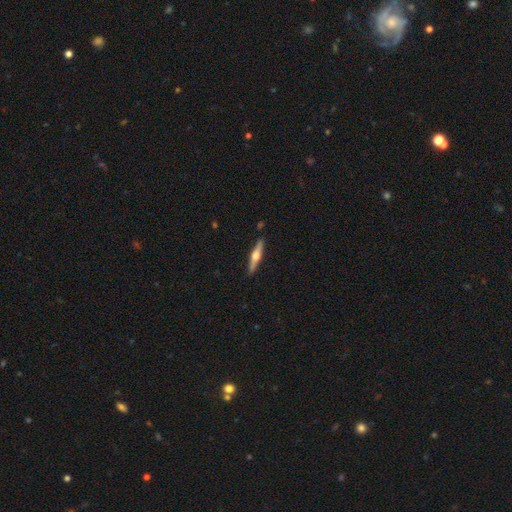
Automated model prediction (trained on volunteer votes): Smooth or featured?
  - featured or disk: 64% *
  - smooth: 31%
  - star or artifact: 5%
Edge-on disk?
  - yes: 97% *
  - no: 3%
Edge-on bulge?
  - rounded: 94% *
  - boxy: 3%
  - none: 3%
Merging?
  - none: 90% *
  - minor disturbance: 7%
  - major disturbance: 2%
  - merger: 1%